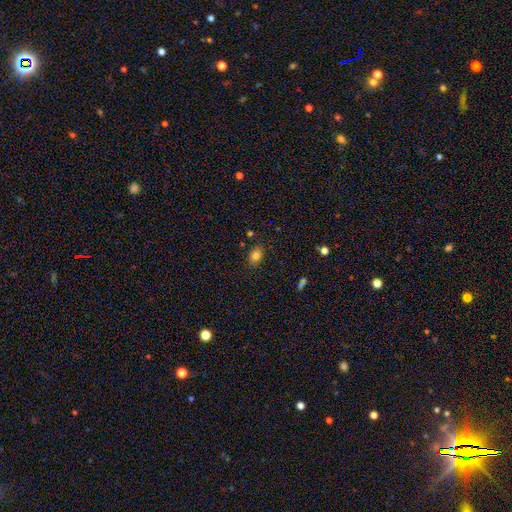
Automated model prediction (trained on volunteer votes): A smooth galaxy with no disk features (81%) that is in between round and cigar-shaped (75%).

Vote fractions:
- Smooth or featured? smooth: 81% / star or artifact: 12% / featured or disk: 7%
- How rounded? in between: 75% / round: 24% / cigar-shaped: 1%
- Merging? none: 84% / minor disturbance: 11% / major disturbance: 3% / merger: 2%